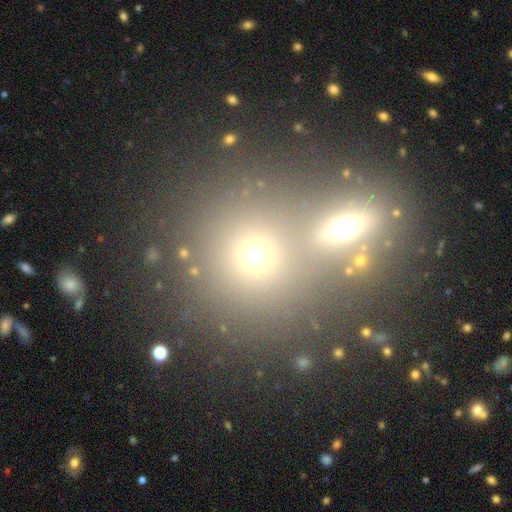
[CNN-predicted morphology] smooth 61%, star or artifact 24%, featured or disk 16%. Down the decision tree: how rounded — round (86%); merging — merger (51%).